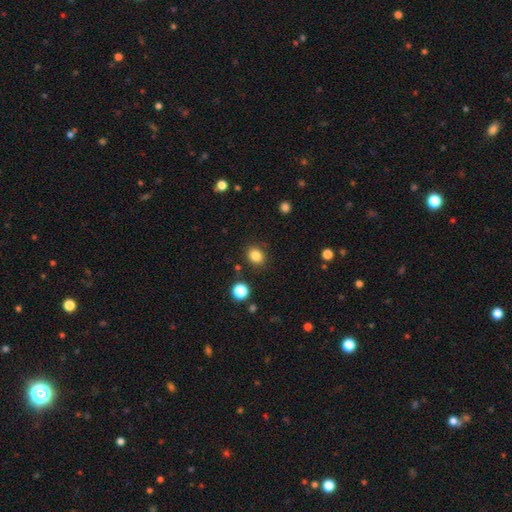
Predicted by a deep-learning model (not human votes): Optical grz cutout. It shows a smooth galaxy with no disk features (84%) that is round (63%). Merging: none (86%).